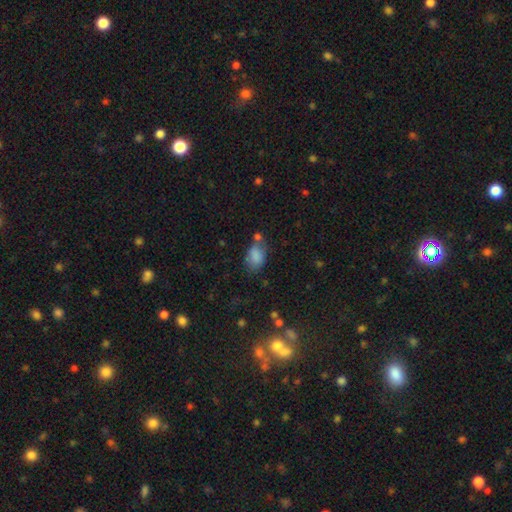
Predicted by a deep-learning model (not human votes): Smooth or featured: smooth — 83% (star or artifact — 9%)
How rounded: in between — 83% (round — 15%)
Merging: none — 51% (minor disturbance — 25%)